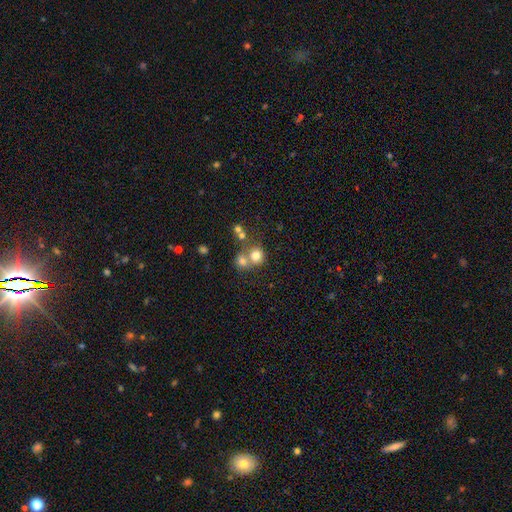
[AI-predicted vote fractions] The model was most divided on "merging" (2-way tie): none: 45%, merger: 45%, minor disturbance: 7%, major disturbance: 4%. More confident: how rounded — round (85%); smooth or featured — smooth (74%).